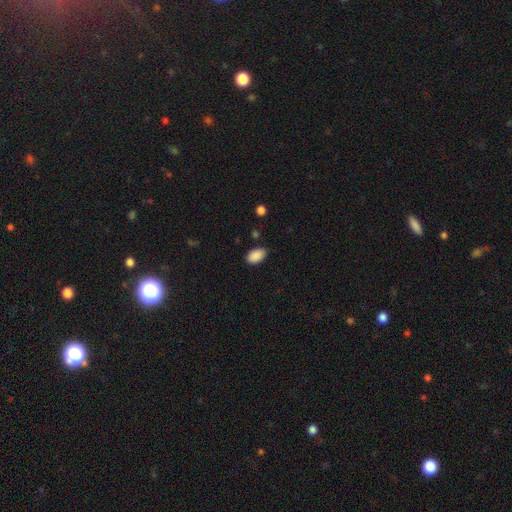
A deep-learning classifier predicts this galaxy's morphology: Overall: smooth (89%). How rounded: in between (92%). Merging: none (82%).